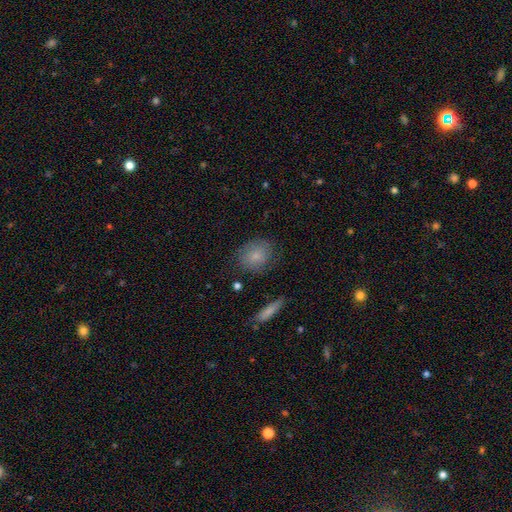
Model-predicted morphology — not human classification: Overall: smooth (79%). How rounded: round (62%; in between 37%). Merging: none (75%).